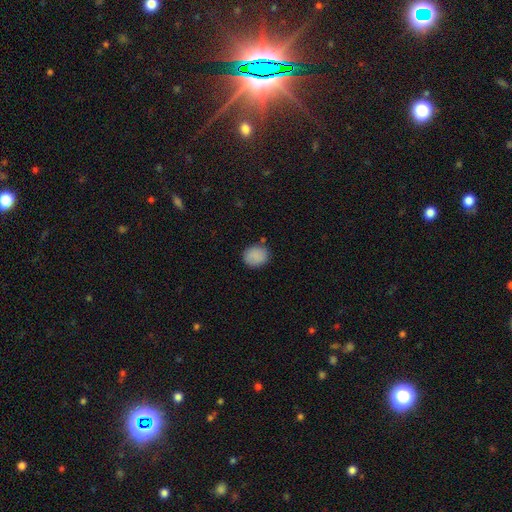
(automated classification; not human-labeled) Q: Smooth or featured?
A: smooth (88%); runner-up: star or artifact (8%)
Q: How rounded?
A: round (68%); runner-up: in between (31%)
Q: Merging?
A: none (82%); runner-up: minor disturbance (12%)